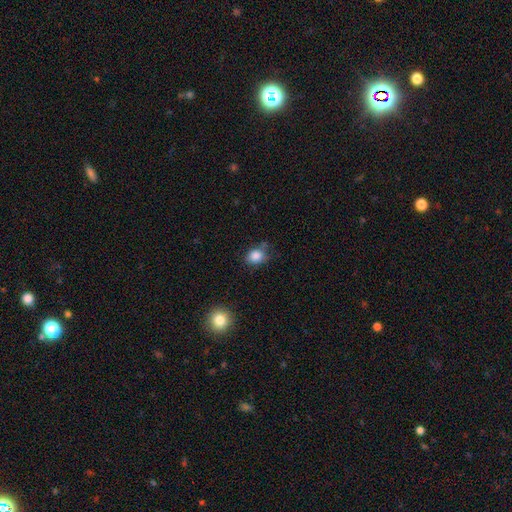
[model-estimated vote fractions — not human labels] Morphology: type=smooth (84%); roundness=round (51%); merging=none (66%).